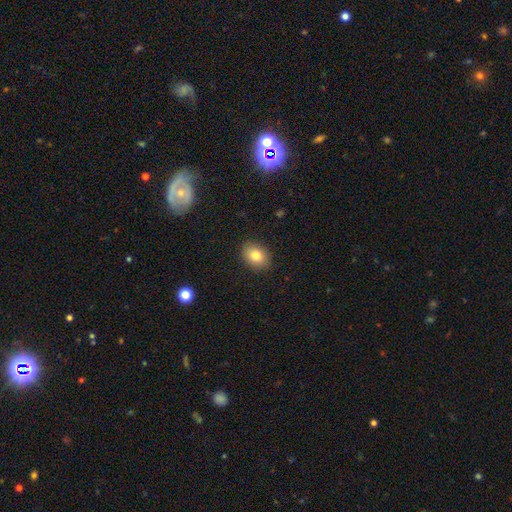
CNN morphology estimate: A smooth galaxy with no disk features (81%) that is in between round and cigar-shaped (59%).

Vote fractions:
- Smooth or featured? smooth: 81% / star or artifact: 9% / featured or disk: 9%
- How rounded? in between: 59% / round: 40% / cigar-shaped: 1%
- Merging? none: 88% / minor disturbance: 8% / major disturbance: 2% / merger: 1%